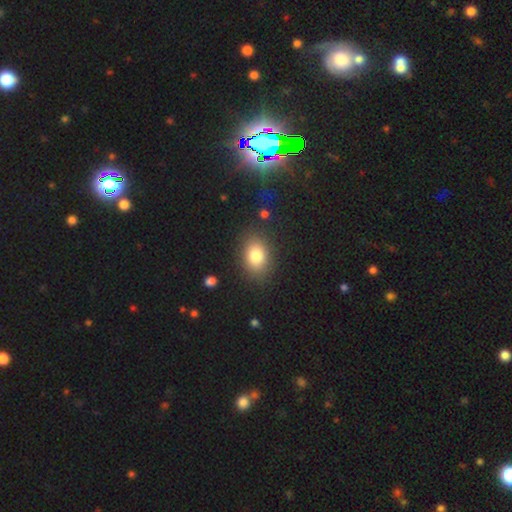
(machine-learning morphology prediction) Smooth or featured: smooth — 81% (star or artifact — 10%)
How rounded: in between — 72% (round — 27%)
Merging: none — 84% (minor disturbance — 10%)